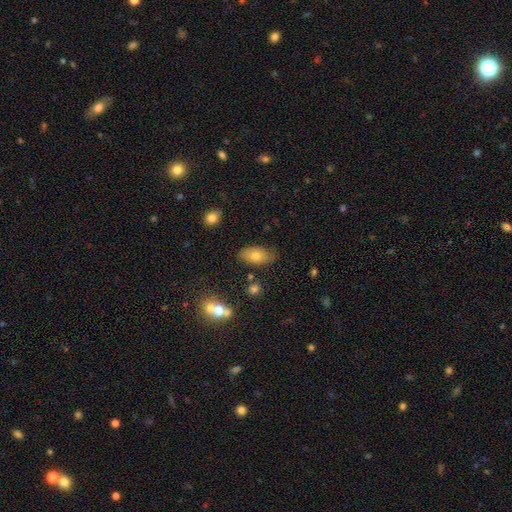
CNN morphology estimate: Smooth or featured: smooth — 72% (featured or disk — 18%)
How rounded: in between — 91% (round — 6%)
Merging: none — 72% (minor disturbance — 20%)